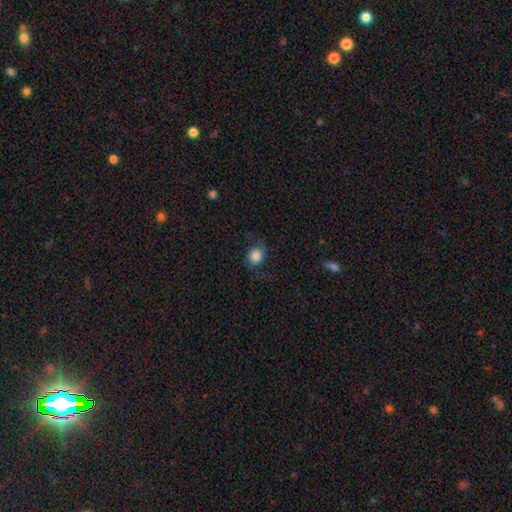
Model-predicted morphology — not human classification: Smooth or featured? Predicted: smooth (p=0.71). How rounded? Predicted: round (p=0.64). Merging? Predicted: none (p=0.65).